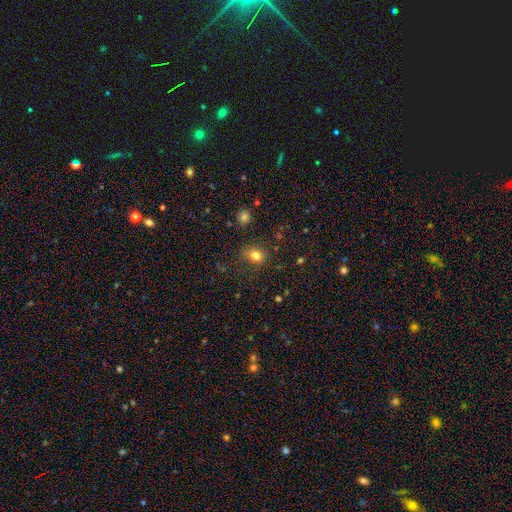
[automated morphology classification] The model was most divided on "how rounded": round: 63%, in between: 36%, cigar-shaped: 1%. More confident: merging — none (81%); smooth or featured — smooth (80%).